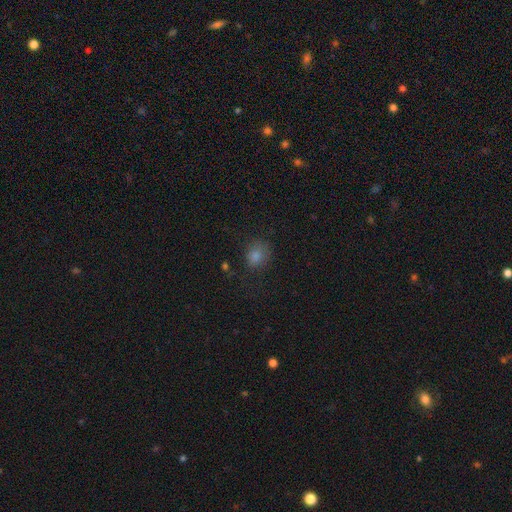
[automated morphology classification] This appears to be a smooth galaxy with no disk features (74%) that is round (72%). Merging: none (71%).